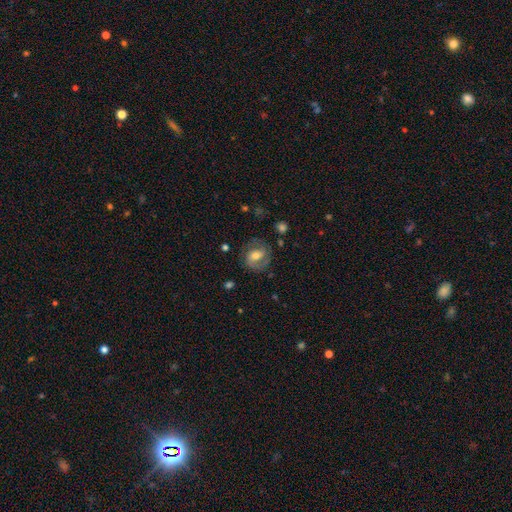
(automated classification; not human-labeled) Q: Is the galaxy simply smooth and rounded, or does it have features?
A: featured or disk — 67%.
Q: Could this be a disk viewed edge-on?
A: no — 97%.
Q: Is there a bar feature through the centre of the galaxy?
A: weak — 46%.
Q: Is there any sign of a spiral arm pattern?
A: yes — 87%.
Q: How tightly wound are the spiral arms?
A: medium — 46%.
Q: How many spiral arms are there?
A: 2 — 80%.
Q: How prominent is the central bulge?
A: moderate — 60%.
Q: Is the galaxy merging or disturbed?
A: none — 73%.